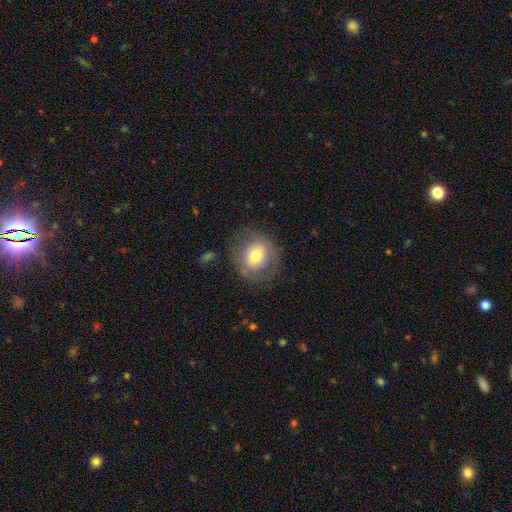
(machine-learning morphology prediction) A smooth galaxy with no disk features (65%) that is round (82%).

Vote fractions:
- Smooth or featured? smooth: 65% / featured or disk: 26% / star or artifact: 9%
- How rounded? round: 82% / in between: 17% / cigar-shaped: 1%
- Merging? none: 77% / minor disturbance: 13% / major disturbance: 8% / merger: 2%